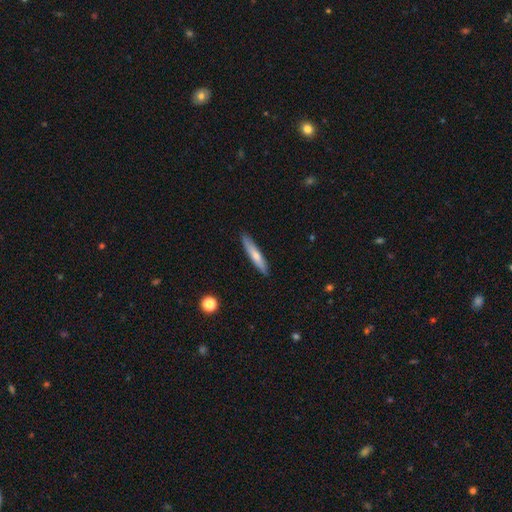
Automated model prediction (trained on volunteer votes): Smooth or featured?
  - smooth: 64% *
  - featured or disk: 31%
  - star or artifact: 6%
How rounded?
  - cigar-shaped: 90% *
  - in between: 9%
  - round: 1%
Merging?
  - none: 88% *
  - minor disturbance: 9%
  - major disturbance: 2%
  - merger: 1%